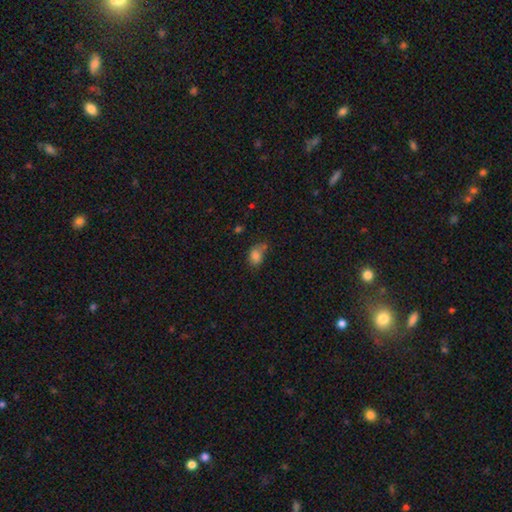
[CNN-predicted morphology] Smooth or featured? Predicted: smooth (p=0.80). How rounded? Predicted: in between (p=0.64). Merging? Predicted: none (p=0.42).